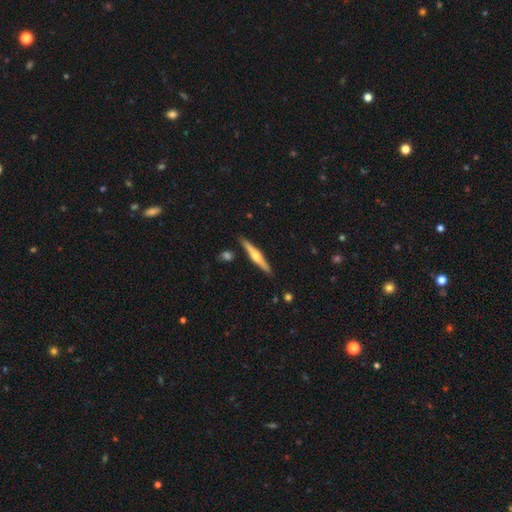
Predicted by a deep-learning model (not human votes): smooth_or_featured: featured or disk (p=0.69) [alt: smooth p=0.26]
disk_edge_on: yes (p=0.97) [alt: no p=0.03]
edge_on_bulge: rounded (p=0.93) [alt: none p=0.04]
merging: none (p=0.89) [alt: minor disturbance p=0.07]